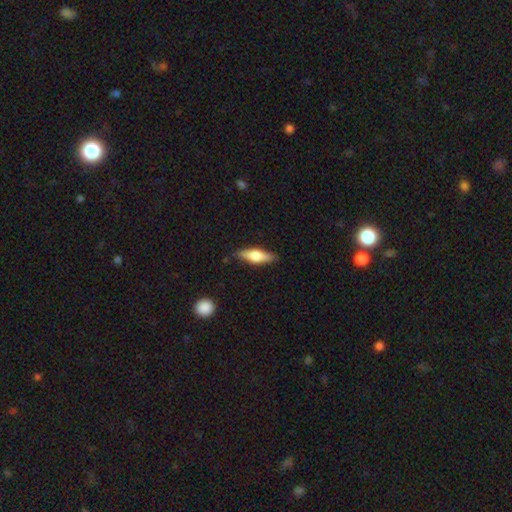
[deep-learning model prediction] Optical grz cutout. It shows a smooth galaxy with no disk features (54%) that is cigar-shaped (51%). Merging: none (84%).